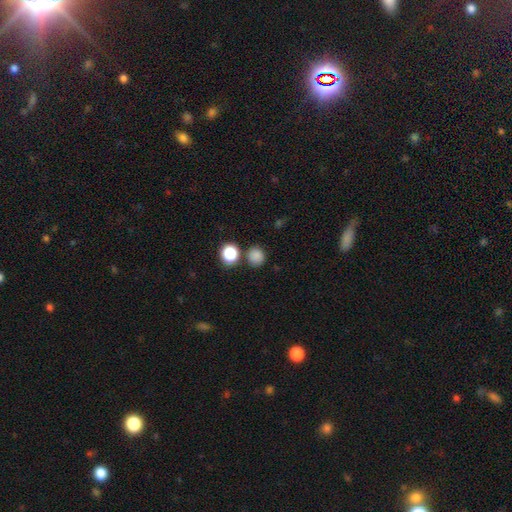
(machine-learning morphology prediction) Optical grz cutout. It shows a smooth galaxy with no disk features (82%) that is round (83%). Merging: none (77%).